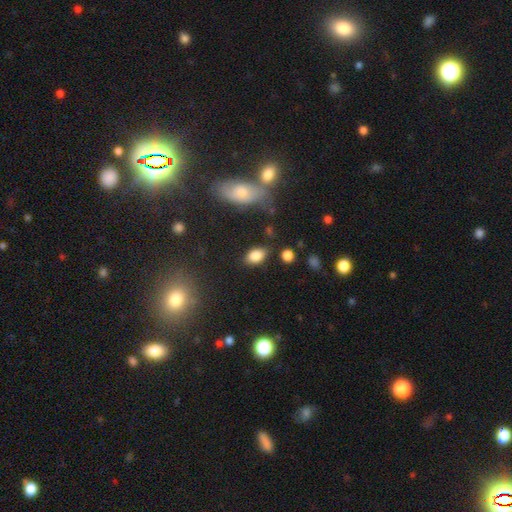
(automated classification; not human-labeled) smooth-or-featured: smooth: 84% | star or artifact: 9% | featured or disk: 7%
  how-rounded: in between: 88% | round: 10% | cigar-shaped: 2%
  merging: none: 78% | minor disturbance: 15% | major disturbance: 4% | merger: 3%